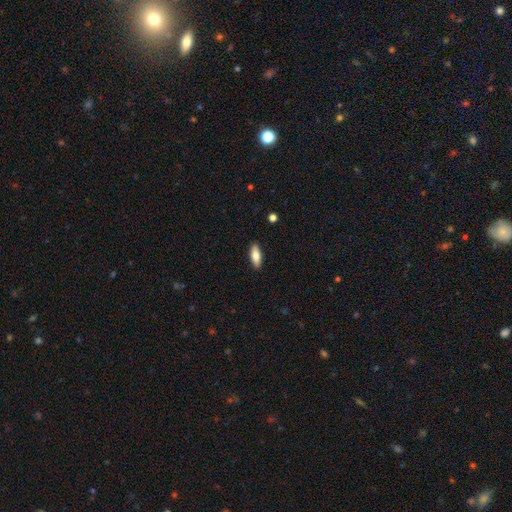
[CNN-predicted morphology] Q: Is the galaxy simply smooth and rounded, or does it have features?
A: smooth — 71%.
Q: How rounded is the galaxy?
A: in between — 68%.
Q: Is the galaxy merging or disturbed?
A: none — 90%.